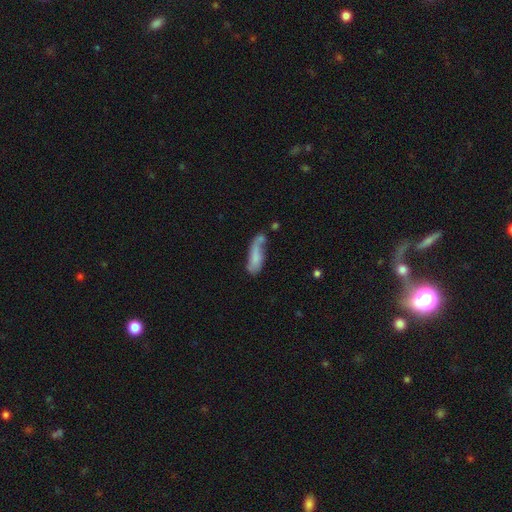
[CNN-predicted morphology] A smooth galaxy with no disk features (64%) that is in between round and cigar-shaped (50%).

Vote fractions:
- Smooth or featured? smooth: 64% / featured or disk: 27% / star or artifact: 9%
- How rounded? in between: 50% / cigar-shaped: 48% / round: 3%
- Merging? none: 32% / minor disturbance: 25% / merger: 24% / major disturbance: 19%